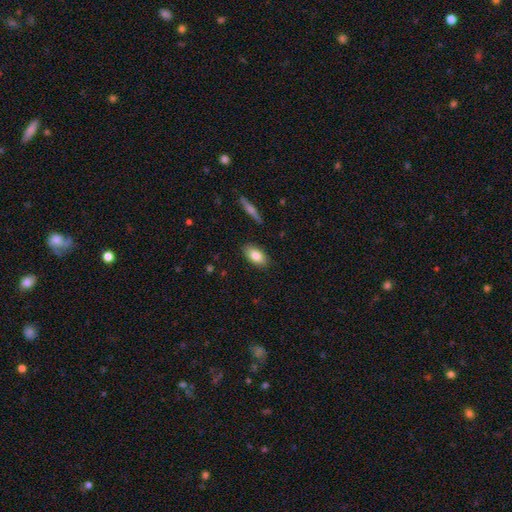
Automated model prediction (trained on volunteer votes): This is clearly a smooth galaxy (80%). How rounded: clearly in between (90%). Merging: clearly none (86%).